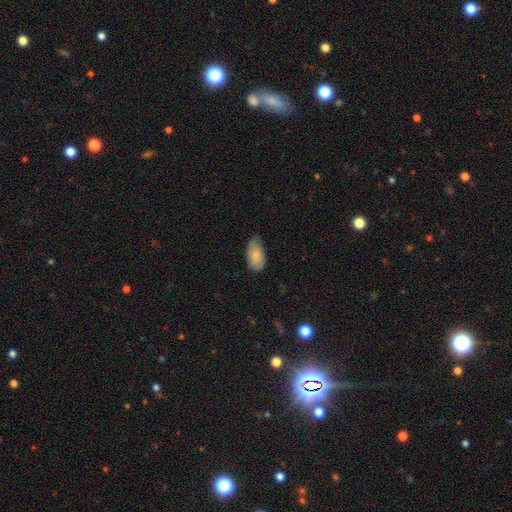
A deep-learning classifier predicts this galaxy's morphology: Smooth or featured? Predicted: smooth (p=0.80). How rounded? Predicted: in between (p=0.94). Merging? Predicted: none (p=0.59).